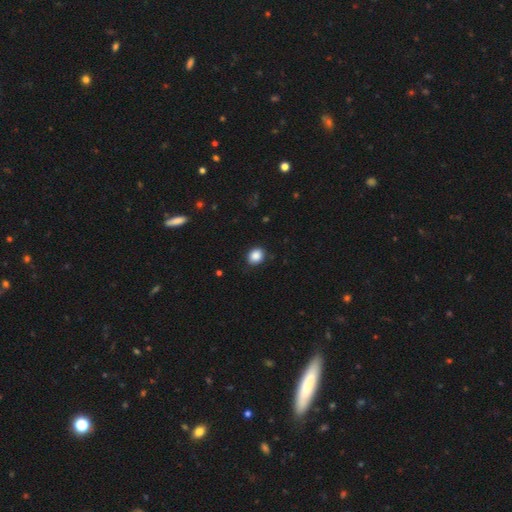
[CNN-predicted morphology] type=smooth (88%); roundness=round (55%); merging=none (84%).